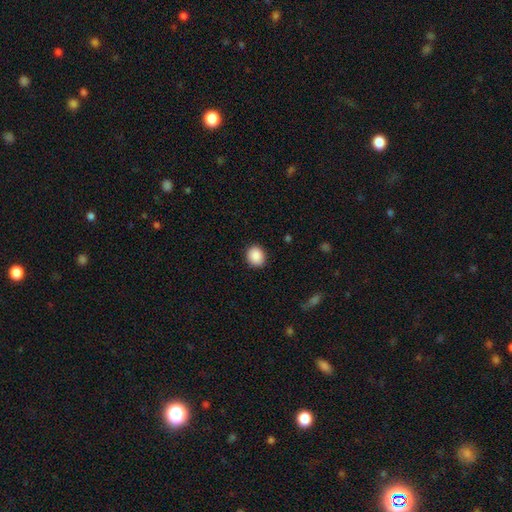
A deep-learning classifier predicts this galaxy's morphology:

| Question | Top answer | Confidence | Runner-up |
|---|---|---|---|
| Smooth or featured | smooth | 90% | star or artifact (8%) |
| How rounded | round | 72% | in between (27%) |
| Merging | none | 90% | minor disturbance (7%) |